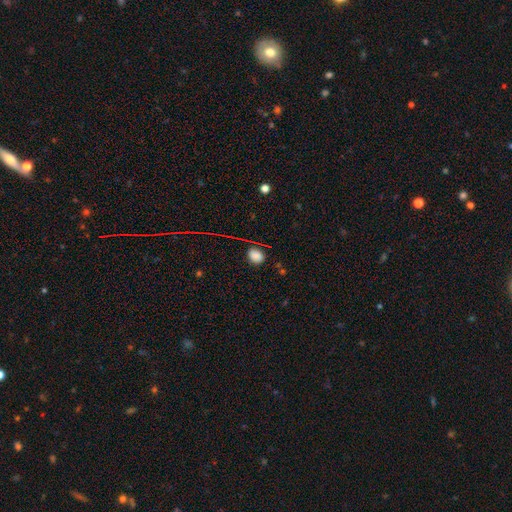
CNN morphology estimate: smooth_or_featured: smooth (p=0.79) [alt: star or artifact p=0.16]
how_rounded: round (p=0.51) [alt: in between p=0.47]
merging: none (p=0.76) [alt: minor disturbance p=0.17]